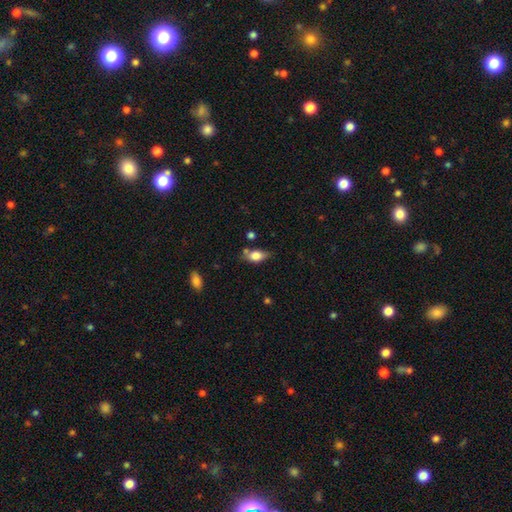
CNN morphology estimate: Q: Smooth or featured?
A: smooth (76%); runner-up: featured or disk (16%)
Q: How rounded?
A: in between (84%); runner-up: cigar-shaped (9%)
Q: Merging?
A: none (63%); runner-up: minor disturbance (23%)